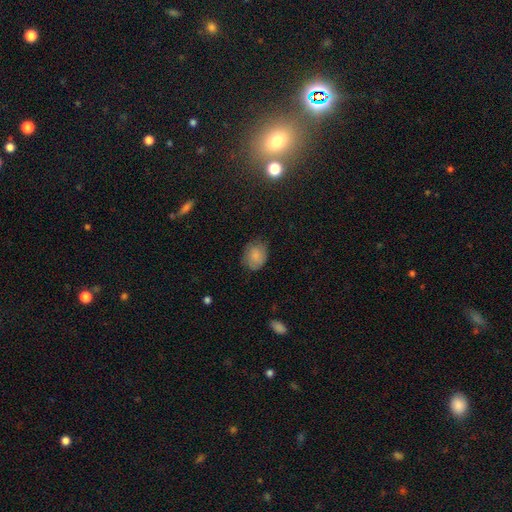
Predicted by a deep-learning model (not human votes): Smooth or featured? Predicted: smooth (p=0.80). How rounded? Predicted: in between (p=0.55). Merging? Predicted: none (p=0.70).